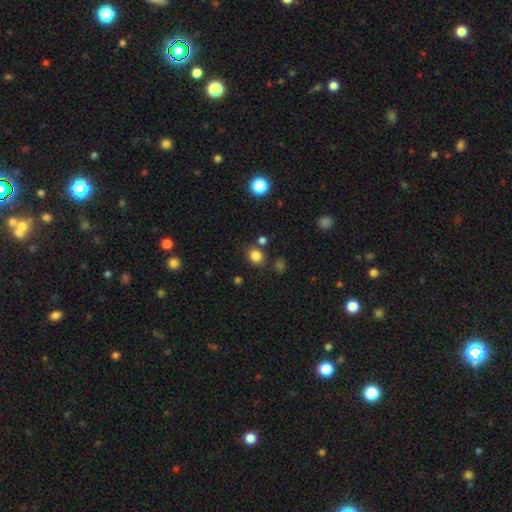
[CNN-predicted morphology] smooth-or-featured: smooth: 82% | star or artifact: 13% | featured or disk: 5%
  how-rounded: round: 68% | in between: 31% | cigar-shaped: 1%
  merging: none: 77% | minor disturbance: 10% | merger: 9% | major disturbance: 4%